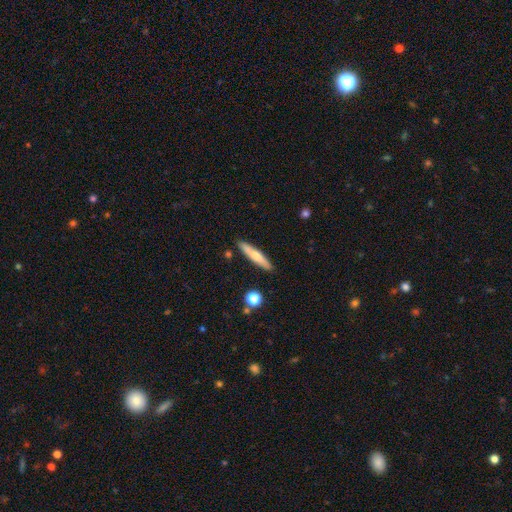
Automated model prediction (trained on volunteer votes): smooth-or-featured: smooth: 56% | featured or disk: 37% | star or artifact: 6%
  how-rounded: cigar-shaped: 87% | in between: 11% | round: 2%
  merging: none: 88% | minor disturbance: 8% | merger: 2% | major disturbance: 2%